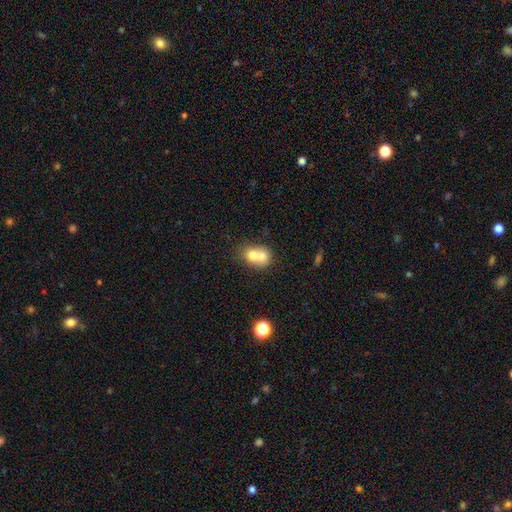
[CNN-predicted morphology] This appears to be a smooth galaxy with no disk features (68%) that is round (58%). Merging: merger (70%).